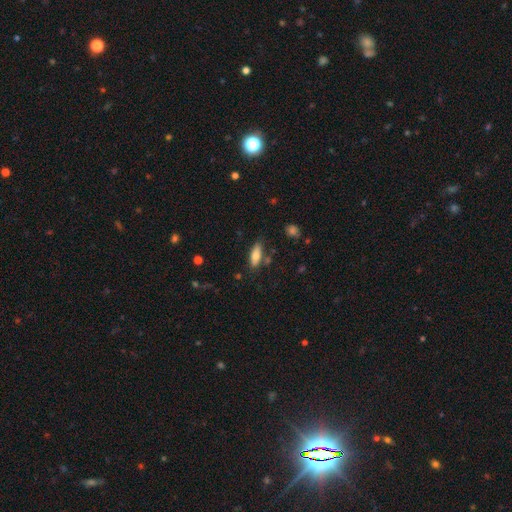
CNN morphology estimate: This is likely a smooth galaxy (74%). How rounded: likely in between (67%). Merging: likely none (74%).